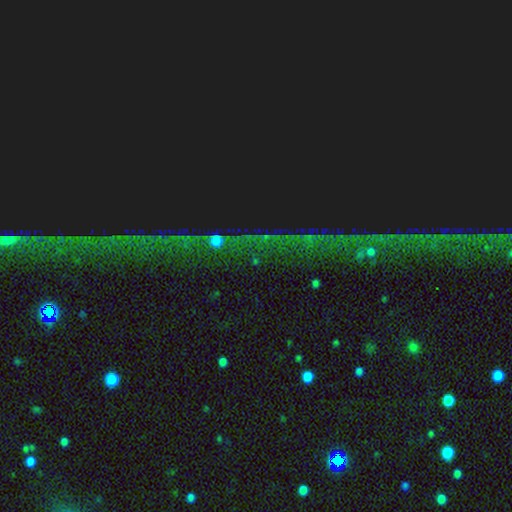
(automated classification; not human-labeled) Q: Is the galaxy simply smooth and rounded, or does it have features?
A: star or artifact — 83%.